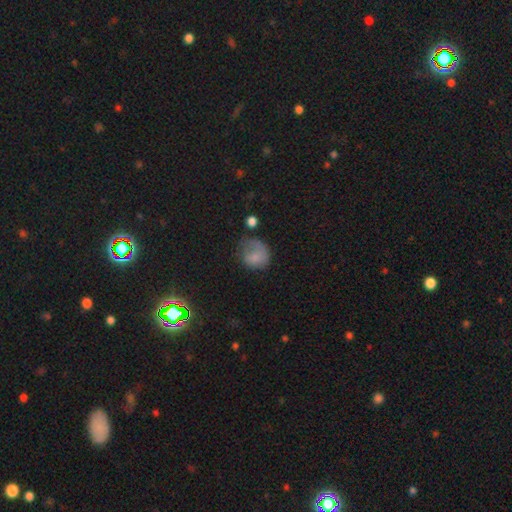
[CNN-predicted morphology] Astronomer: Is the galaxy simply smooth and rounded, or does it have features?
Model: smooth — 70%.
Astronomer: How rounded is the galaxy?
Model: round — 65%.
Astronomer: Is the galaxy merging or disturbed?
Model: major disturbance — 35% (runner-up: none, 33%).